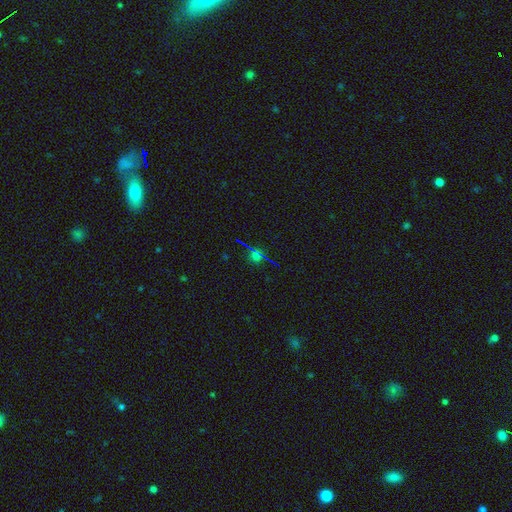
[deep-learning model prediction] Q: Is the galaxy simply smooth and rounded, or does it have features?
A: star or artifact — 62%.